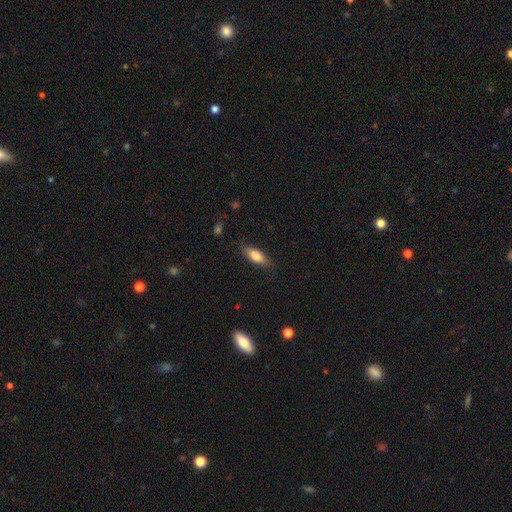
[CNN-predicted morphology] This appears to be a smooth galaxy with no disk features (81%) that is in between round and cigar-shaped (70%). Merging: none (82%).